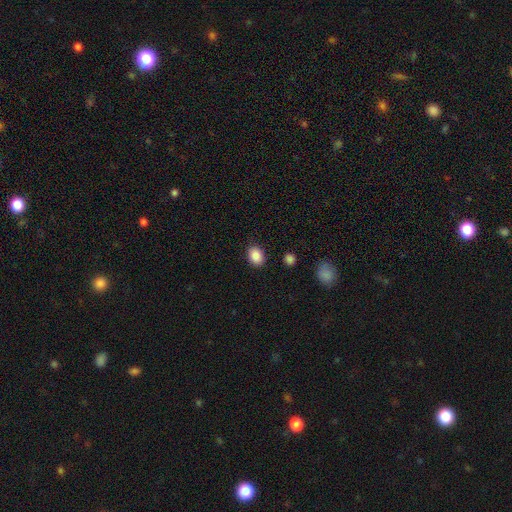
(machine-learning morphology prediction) A smooth galaxy with no disk features (88%) that is in between round and cigar-shaped (68%).

Vote fractions:
- Smooth or featured? smooth: 88% / star or artifact: 8% / featured or disk: 3%
- How rounded? in between: 68% / round: 31% / cigar-shaped: 1%
- Merging? none: 86% / minor disturbance: 10% / major disturbance: 3% / merger: 2%